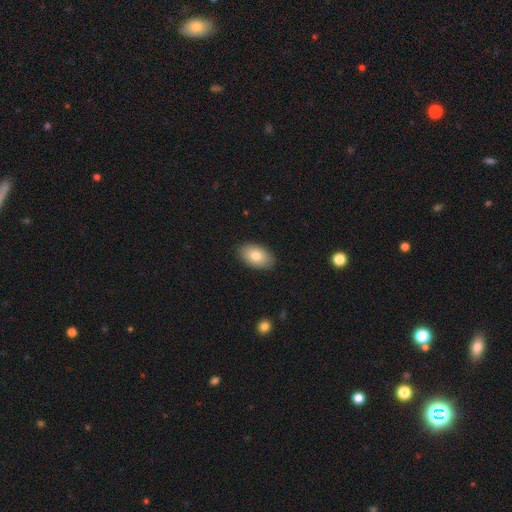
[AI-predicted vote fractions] Overall: smooth (79%). How rounded: in between (92%). Merging: none (88%).